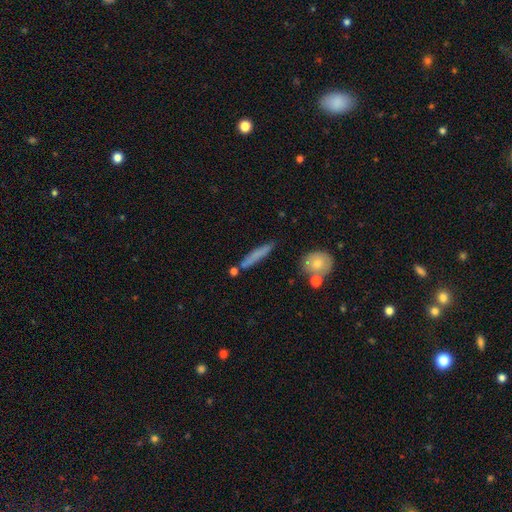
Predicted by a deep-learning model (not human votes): Overall: smooth (67%). How rounded: cigar-shaped (91%). Merging: none (79%).